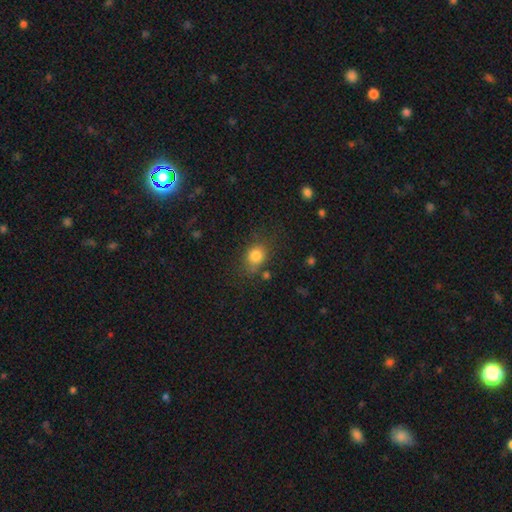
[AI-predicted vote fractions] Q: Smooth or featured?
A: smooth (81%); runner-up: star or artifact (12%)
Q: How rounded?
A: round (58%); runner-up: in between (41%)
Q: Merging?
A: none (69%); runner-up: minor disturbance (19%)